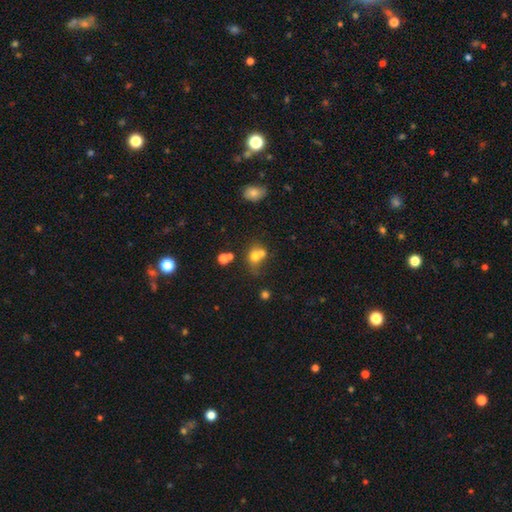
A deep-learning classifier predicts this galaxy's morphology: This is likely a smooth galaxy (69%). How rounded: likely round (67%). Merging: possibly merger (51%).